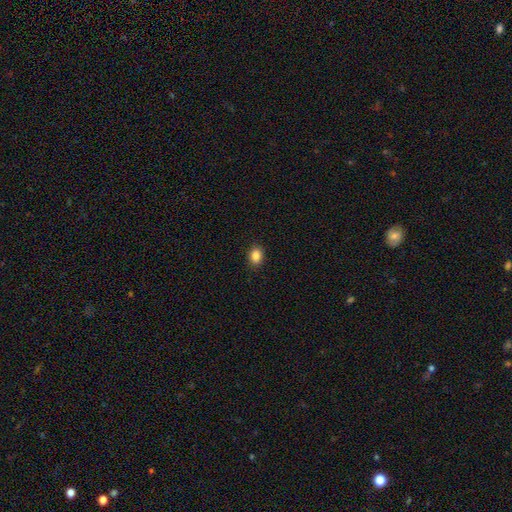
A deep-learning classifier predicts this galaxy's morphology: The model was most divided on "how rounded": in between: 63%, round: 36%, cigar-shaped: 1%. More confident: merging — none (89%); smooth or featured — smooth (87%).